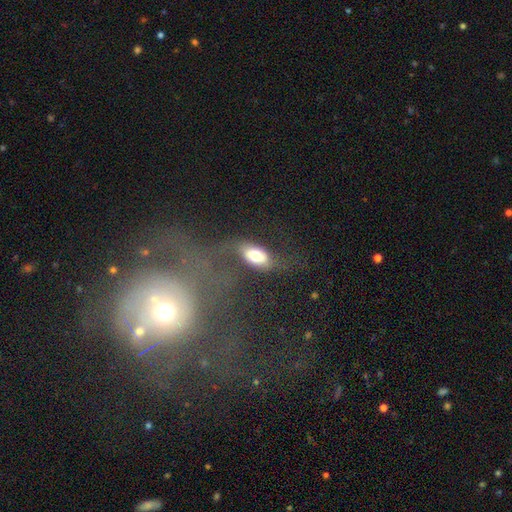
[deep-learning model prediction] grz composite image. It shows a smooth galaxy with no disk features (62%) that is in between round and cigar-shaped (86%). Merging: none (46%).